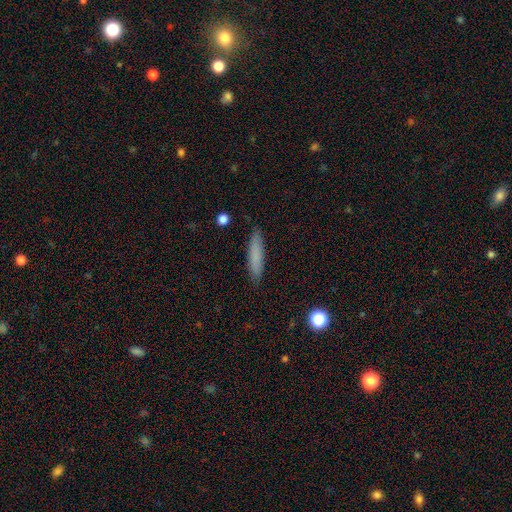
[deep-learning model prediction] The model was most divided on "smooth or featured": smooth: 80%, featured or disk: 13%, star or artifact: 7%. More confident: merging — none (87%); how rounded — cigar-shaped (84%).